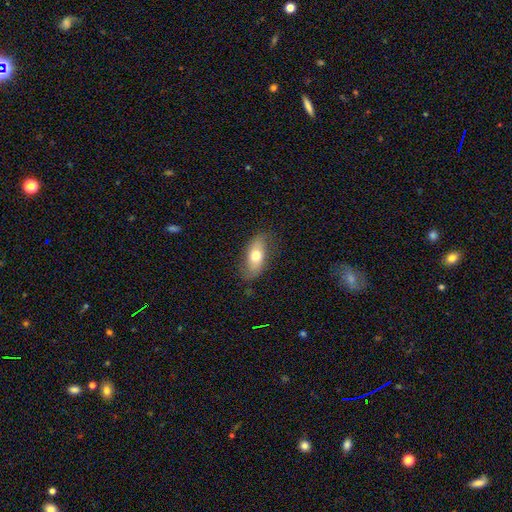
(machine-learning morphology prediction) A smooth galaxy with no disk features (59%) that is in between round and cigar-shaped (86%).

Vote fractions:
- Smooth or featured? smooth: 59% / featured or disk: 35% / star or artifact: 7%
- How rounded? in between: 86% / cigar-shaped: 9% / round: 5%
- Merging? none: 76% / minor disturbance: 18% / major disturbance: 5% / merger: 1%